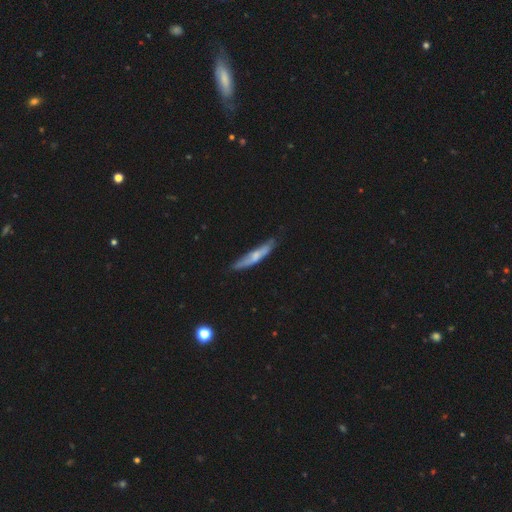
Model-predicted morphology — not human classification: This is possibly a smooth galaxy (51%). How rounded: clearly cigar-shaped (89%). Merging: likely none (68%).